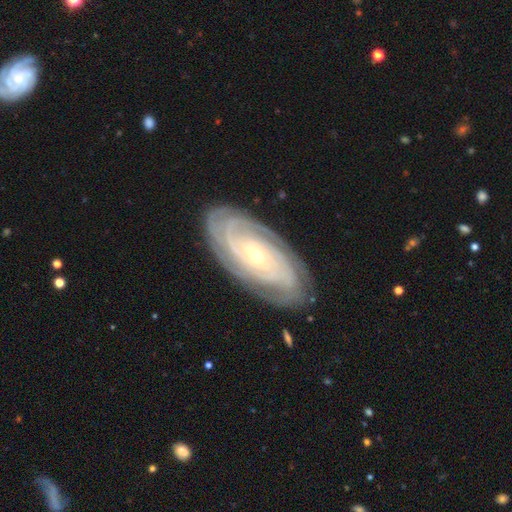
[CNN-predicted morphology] The model was most divided on "spiral arm count": can't tell: 28%, 4: 23%, 3: 17%, 2: 13%, more than 4: 12%, 1: 7%. More confident: spiral arms — yes (97%); edge-on disk — no (94%); smooth or featured — featured or disk (88%); merging — none (84%); spiral winding — tight (83%); bar — no (75%); bulge size — small (75%).